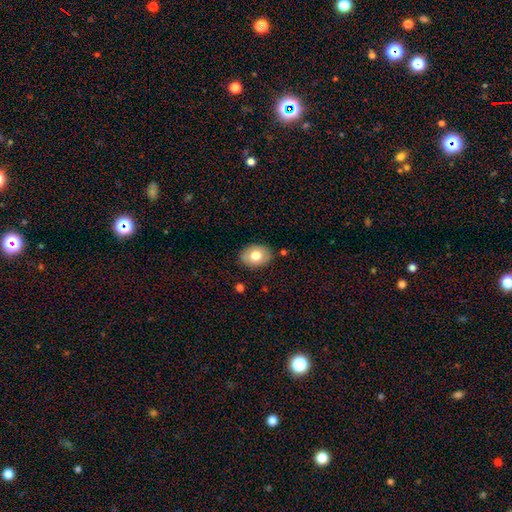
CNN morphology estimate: This appears to be a smooth galaxy with no disk features (75%) that is in between round and cigar-shaped (72%). Merging: none (85%).